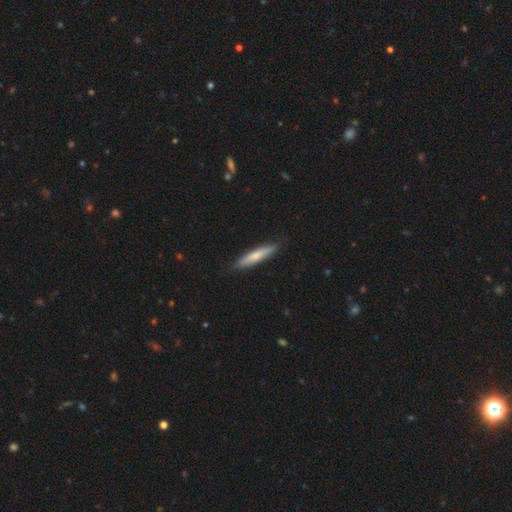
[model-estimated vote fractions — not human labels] This appears to be a smooth galaxy with no disk features (70%) that is cigar-shaped (89%). Merging: none (88%).